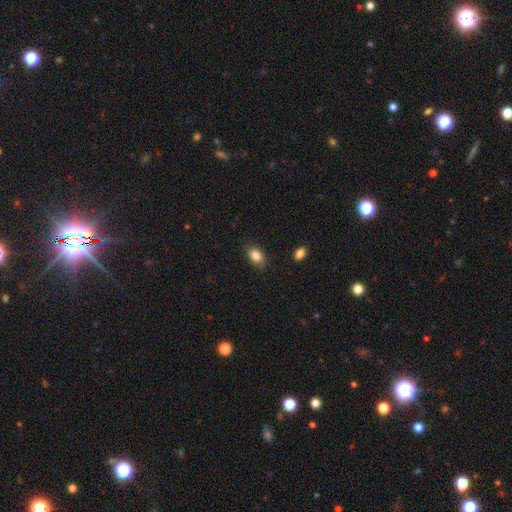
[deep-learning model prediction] A smooth galaxy with no disk features (86%) that is in between round and cigar-shaped (84%). Merging: none (85%).